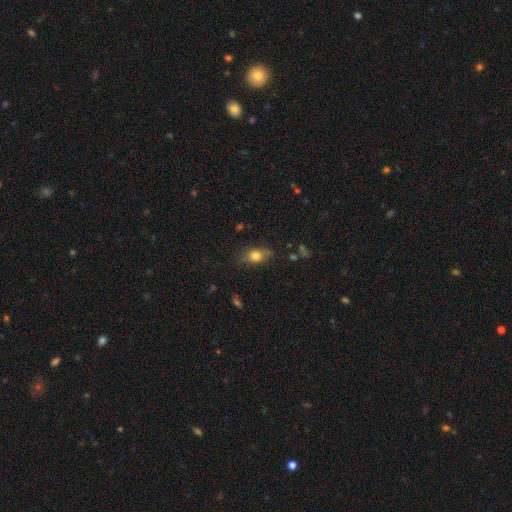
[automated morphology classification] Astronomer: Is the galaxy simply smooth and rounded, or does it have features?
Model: smooth — 74%.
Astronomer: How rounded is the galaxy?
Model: in between — 71%.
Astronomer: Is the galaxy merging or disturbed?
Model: none — 72%.